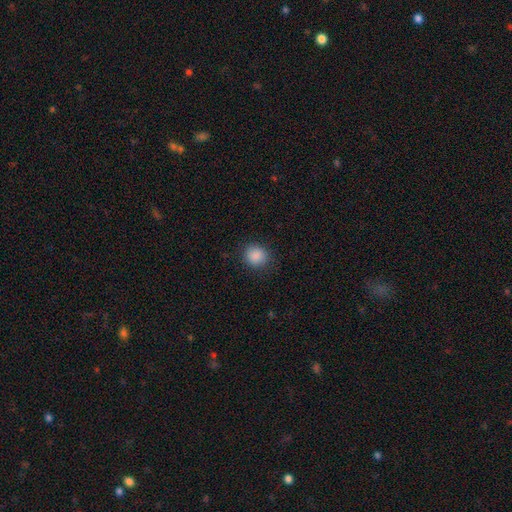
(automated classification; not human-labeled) Morphology: type=smooth (88%); roundness=round (84%); merging=none (87%).